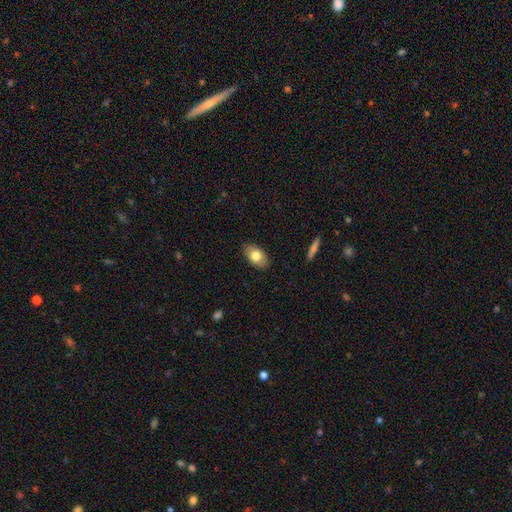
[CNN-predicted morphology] Smooth or featured: smooth — 76% (featured or disk — 17%)
How rounded: in between — 90% (round — 9%)
Merging: none — 84% (minor disturbance — 12%)